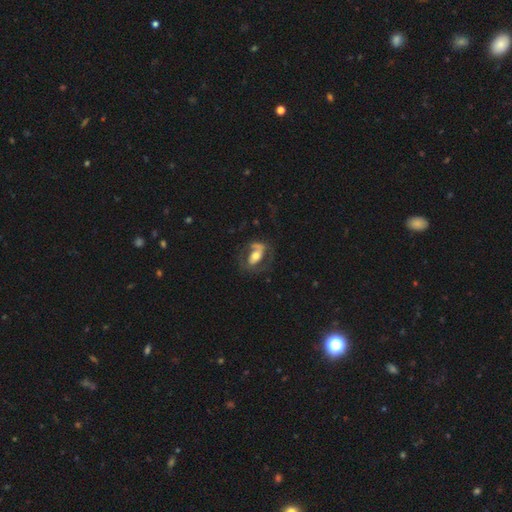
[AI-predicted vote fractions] Morphology: type=featured or disk (65%); edge-on=no (92%); bar=no (41%); spiral arms=yes (66%); bulge=moderate (62%); merging=none (52%).